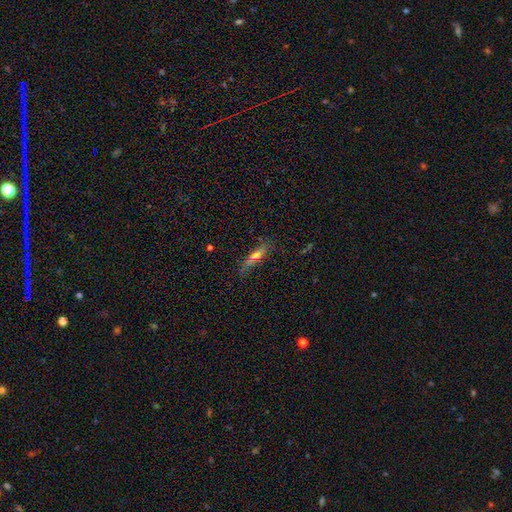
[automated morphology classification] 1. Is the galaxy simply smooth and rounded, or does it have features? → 46% smooth, 41% featured or disk, 12% star or artifact.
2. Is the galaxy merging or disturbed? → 78% none, 16% minor disturbance, 4% major disturbance, 2% merger.